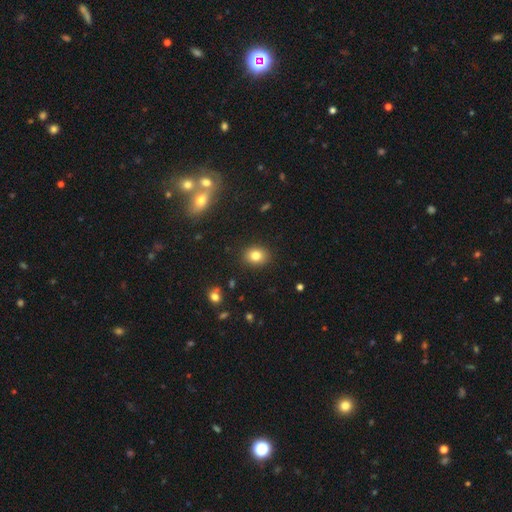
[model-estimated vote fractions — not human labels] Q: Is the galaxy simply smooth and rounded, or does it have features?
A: smooth — 81%.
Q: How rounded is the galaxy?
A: round — 55%.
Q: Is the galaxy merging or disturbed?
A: none — 89%.